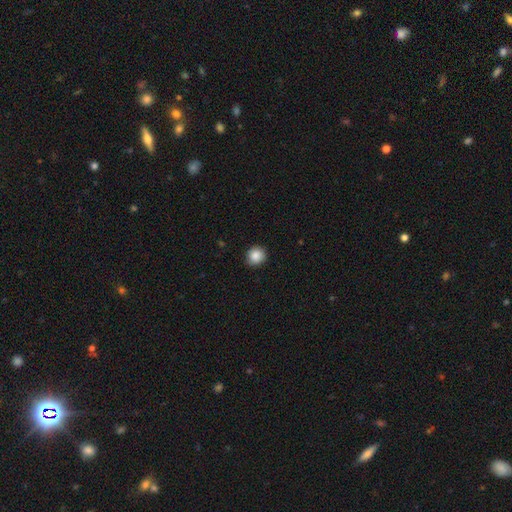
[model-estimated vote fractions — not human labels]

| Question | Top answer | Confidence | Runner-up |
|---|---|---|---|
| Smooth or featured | smooth | 87% | star or artifact (9%) |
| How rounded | round | 90% | in between (9%) |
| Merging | none | 85% | minor disturbance (12%) |